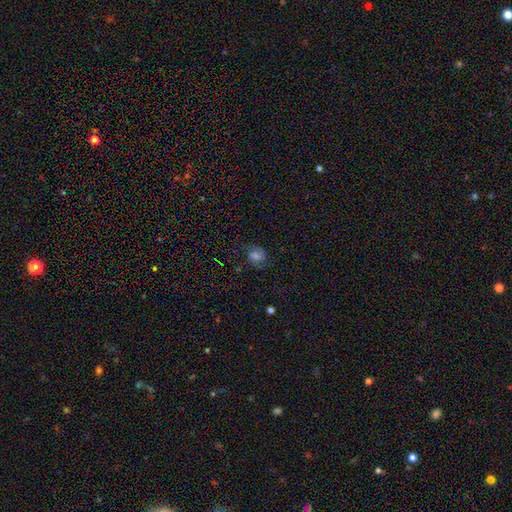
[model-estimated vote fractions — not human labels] Smooth or featured? smooth (41%)
Merging? none (76%)